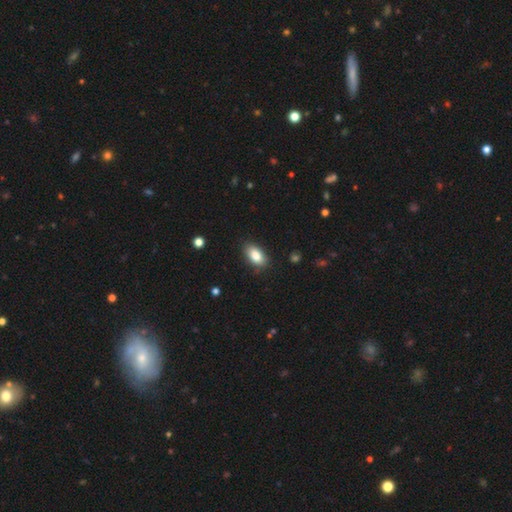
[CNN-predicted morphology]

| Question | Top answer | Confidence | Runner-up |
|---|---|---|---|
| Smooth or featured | smooth | 86% | star or artifact (7%) |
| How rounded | in between | 92% | round (5%) |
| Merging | none | 84% | minor disturbance (12%) |